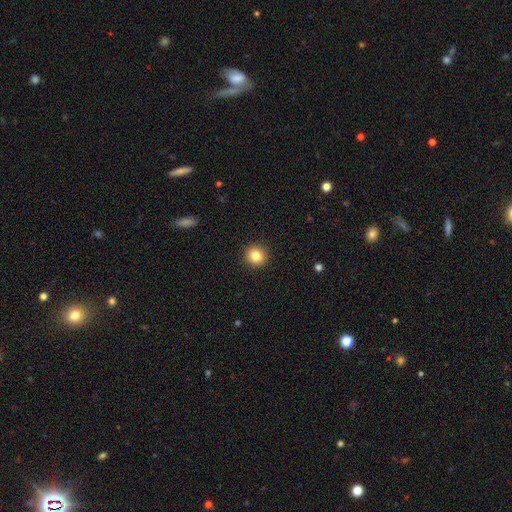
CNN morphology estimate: A smooth galaxy with no disk features (83%) that is round (90%).

Vote fractions:
- Smooth or featured? smooth: 83% / star or artifact: 10% / featured or disk: 7%
- How rounded? round: 90% / in between: 9% / cigar-shaped: 1%
- Merging? none: 92% / minor disturbance: 5% / major disturbance: 2% / merger: 1%